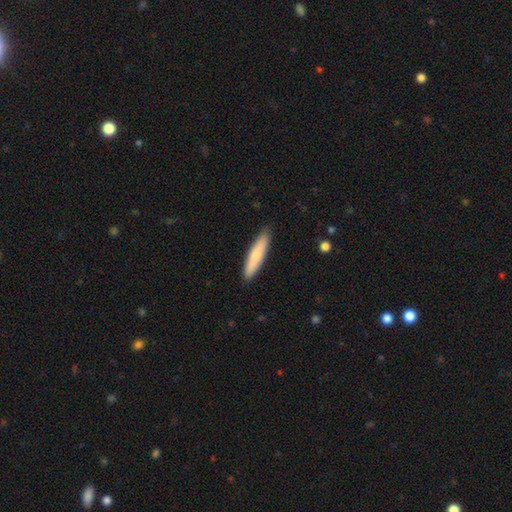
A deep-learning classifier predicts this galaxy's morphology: Smooth or featured? smooth (75%)
How rounded? cigar-shaped (85%)
Merging? none (88%)